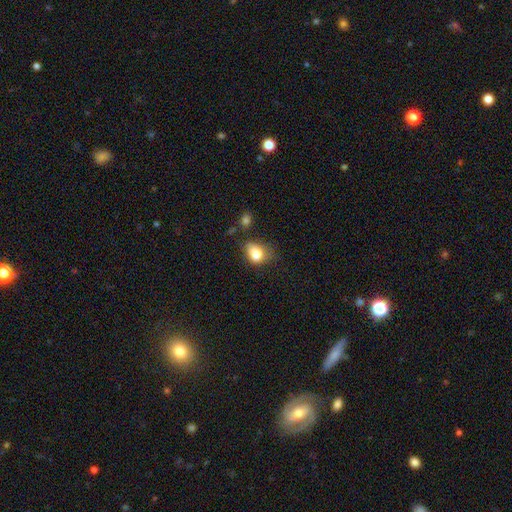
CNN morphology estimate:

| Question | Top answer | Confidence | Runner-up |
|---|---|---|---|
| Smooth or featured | smooth | 81% | star or artifact (10%) |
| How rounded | in between | 67% | round (31%) |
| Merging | none | 36% | tied: minor disturbance (36%) |